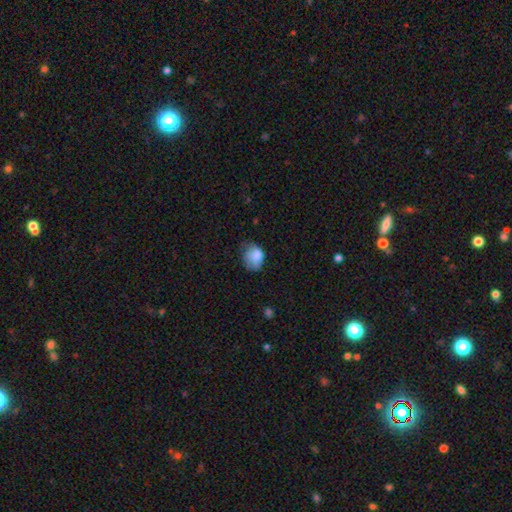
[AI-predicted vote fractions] smooth 78%, featured or disk 14%, star or artifact 8%. Down the decision tree: how rounded — in between (62%); merging — minor disturbance (41%).